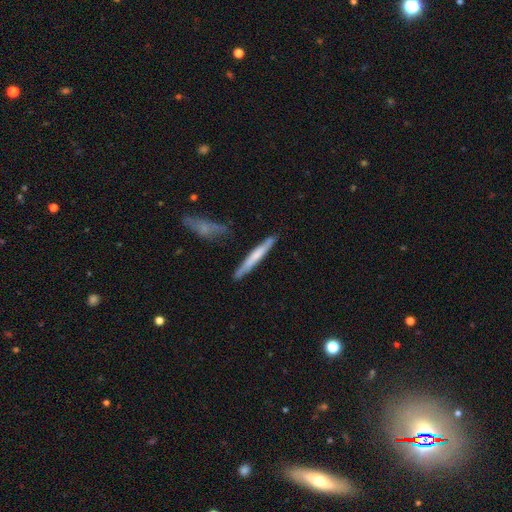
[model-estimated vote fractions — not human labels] Smooth or featured?
  - smooth: 56% *
  - featured or disk: 38%
  - star or artifact: 5%
How rounded?
  - cigar-shaped: 95% *
  - in between: 3%
  - round: 1%
Merging?
  - none: 82% *
  - minor disturbance: 12%
  - merger: 3%
  - major disturbance: 2%